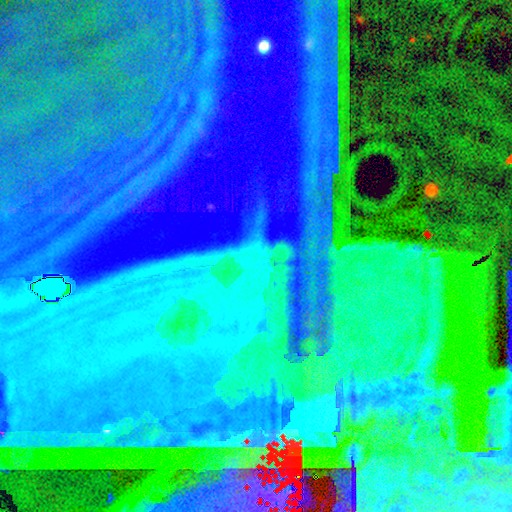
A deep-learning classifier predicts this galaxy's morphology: star or artifact 87%, featured or disk 8%, smooth 6%.